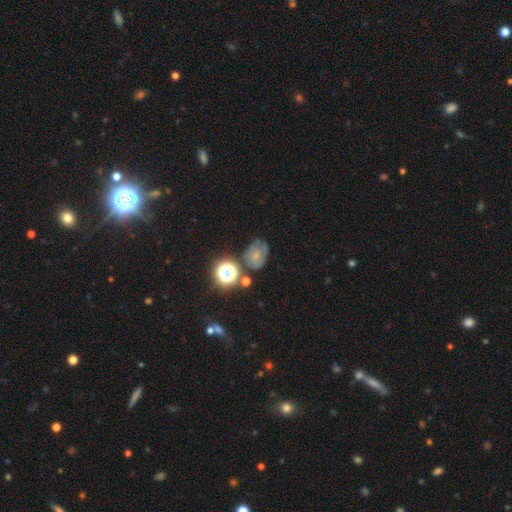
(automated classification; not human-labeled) A smooth galaxy with no disk features (45%).

Vote fractions:
- Smooth or featured? smooth: 45% / featured or disk: 31% / star or artifact: 24%
- Merging? none: 56% / minor disturbance: 24% / major disturbance: 12% / merger: 8%